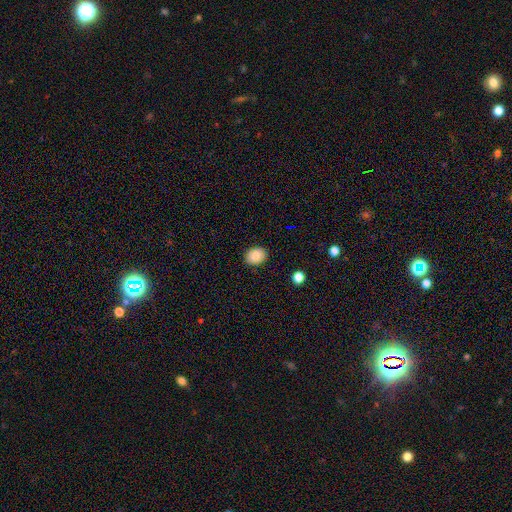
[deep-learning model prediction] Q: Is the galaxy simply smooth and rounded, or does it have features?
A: smooth — 87%.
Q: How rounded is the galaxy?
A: round — 51%.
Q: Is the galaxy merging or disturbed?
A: none — 89%.